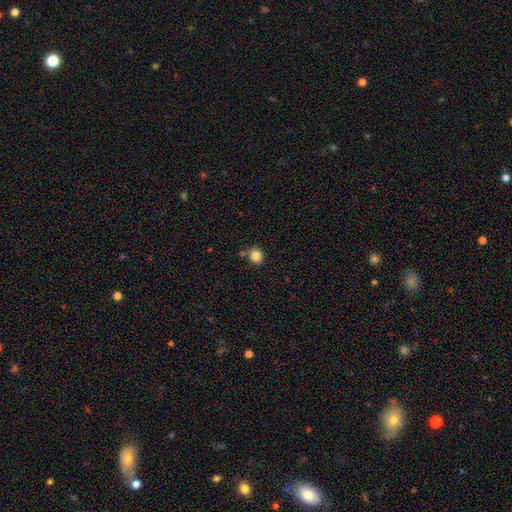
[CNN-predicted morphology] Overall: smooth (85%). How rounded: round (80%). Merging: none (78%).